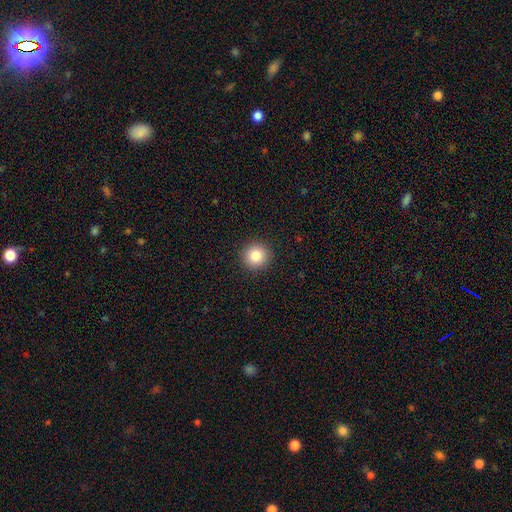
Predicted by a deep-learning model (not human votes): A smooth galaxy with no disk features (83%) that is round (94%).

Vote fractions:
- Smooth or featured? smooth: 83% / star or artifact: 10% / featured or disk: 6%
- How rounded? round: 94% / in between: 5% / cigar-shaped: 1%
- Merging? none: 92% / minor disturbance: 5% / major disturbance: 2% / merger: 1%